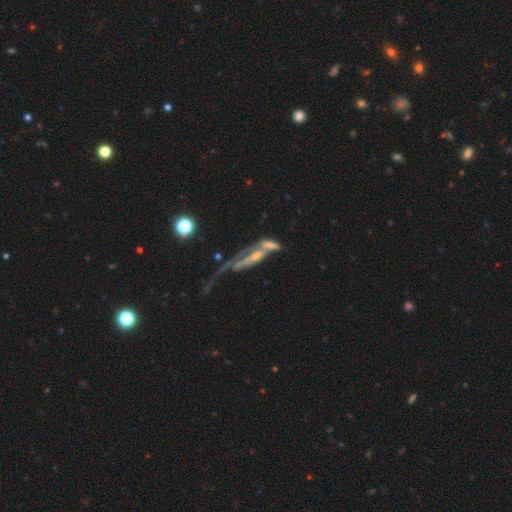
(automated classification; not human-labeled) Smooth or featured? featured or disk (65%)
Edge-on disk? yes (51%)
Merging? merger (48%)